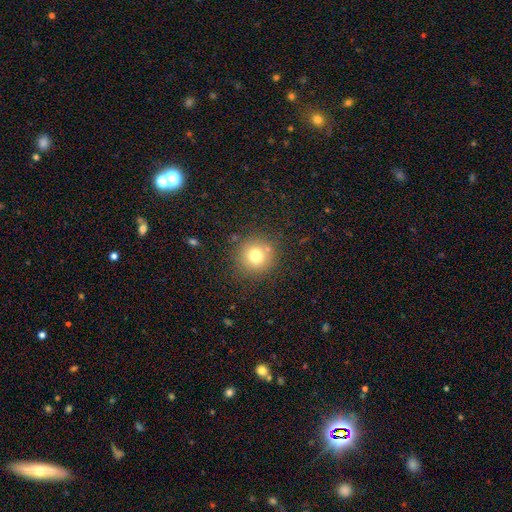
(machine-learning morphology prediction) Q: Smooth or featured?
A: smooth (74%); runner-up: star or artifact (15%)
Q: How rounded?
A: round (94%); runner-up: in between (5%)
Q: Merging?
A: none (82%); runner-up: minor disturbance (9%)